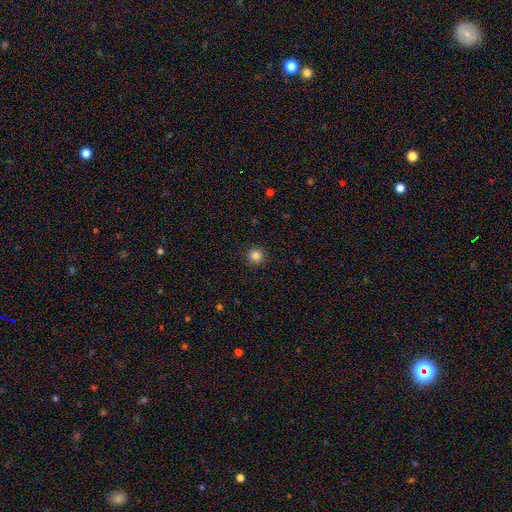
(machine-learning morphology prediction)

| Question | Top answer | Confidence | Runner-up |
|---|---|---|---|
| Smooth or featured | smooth | 85% | star or artifact (12%) |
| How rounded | round | 96% | in between (3%) |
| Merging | none | 92% | minor disturbance (5%) |